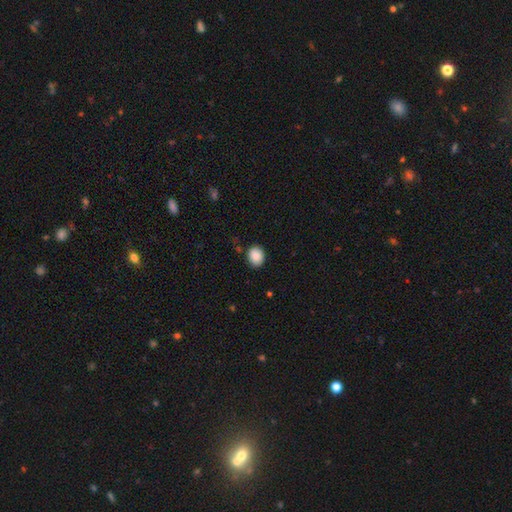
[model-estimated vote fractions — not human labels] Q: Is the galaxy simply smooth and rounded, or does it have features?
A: smooth — 89%.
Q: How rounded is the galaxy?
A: round — 54%.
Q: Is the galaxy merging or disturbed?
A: none — 85%.